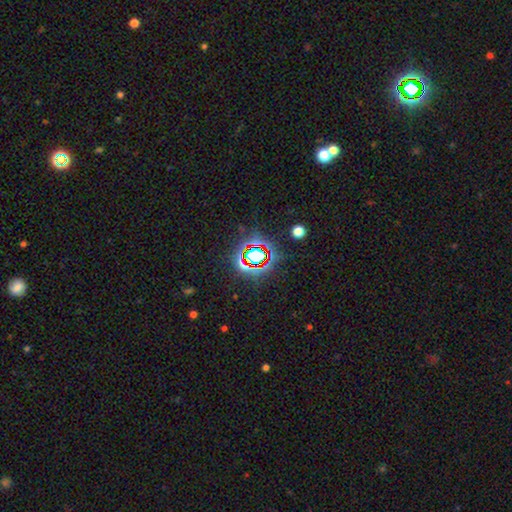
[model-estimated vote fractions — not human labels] Q: Smooth or featured?
A: star or artifact (73%); runner-up: smooth (16%)